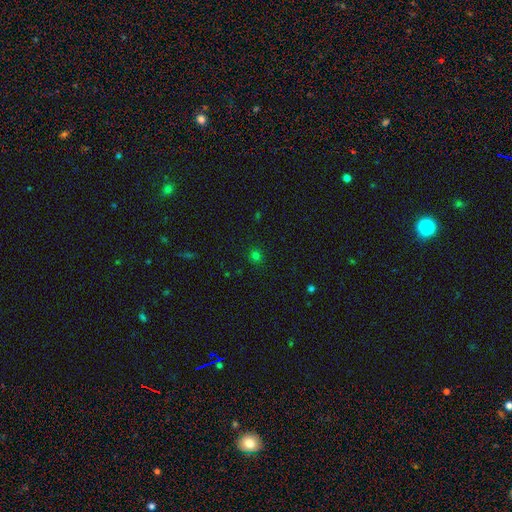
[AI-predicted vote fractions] smooth_or_featured: smooth (p=0.73) [alt: star or artifact p=0.22]
how_rounded: round (p=0.87) [alt: in between p=0.12]
merging: none (p=0.90) [alt: minor disturbance p=0.07]